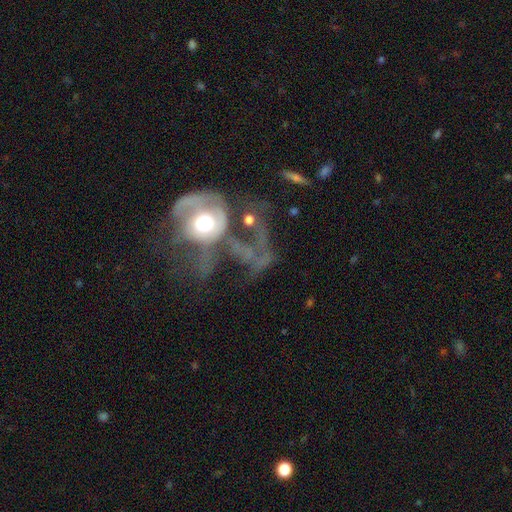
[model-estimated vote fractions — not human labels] Q: Smooth or featured?
A: featured or disk (56%); runner-up: smooth (28%)
Q: Edge-on disk?
A: no (94%); runner-up: yes (6%)
Q: Bar?
A: no (83%); runner-up: weak (12%)
Q: Spiral arms?
A: no (68%); runner-up: yes (32%)
Q: Bulge size?
A: moderate (58%); runner-up: large (21%)
Q: Merging?
A: major disturbance (53%); runner-up: merger (25%)